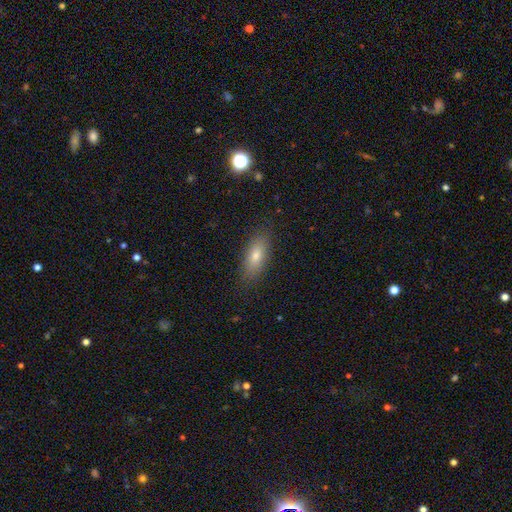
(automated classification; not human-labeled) This appears to be a smooth galaxy with no disk features (73%) that is in between round and cigar-shaped (68%). Merging: none (85%).